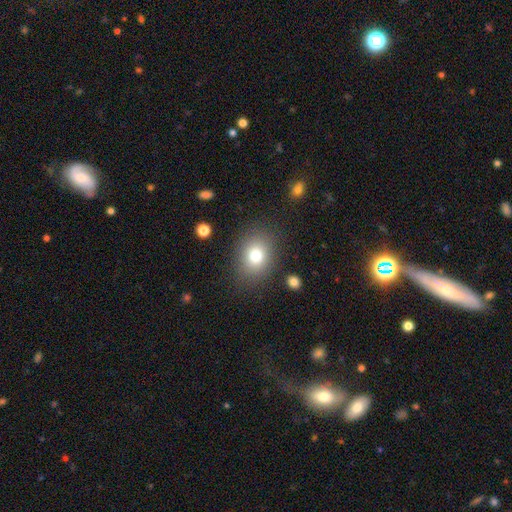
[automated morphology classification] smooth_or_featured: smooth (p=0.79) [alt: star or artifact p=0.11]
how_rounded: in between (p=0.52) [alt: round p=0.47]
merging: none (p=0.83) [alt: minor disturbance p=0.10]